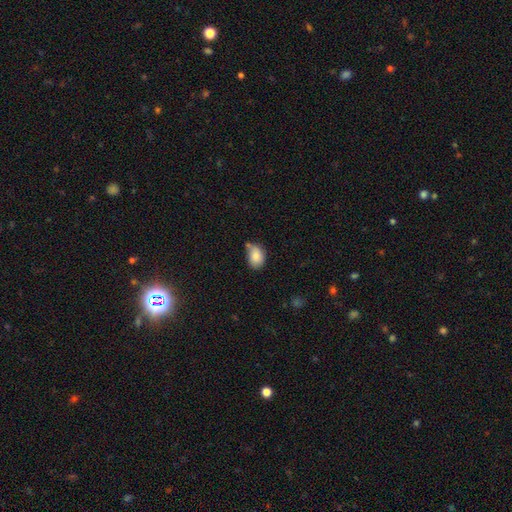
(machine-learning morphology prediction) Overall: smooth (85%). How rounded: in between (77%). Merging: none (54%; minor disturbance 29%).